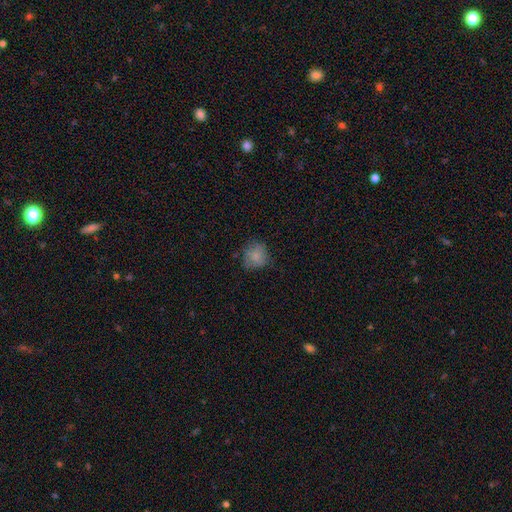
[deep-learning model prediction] This appears to be a smooth galaxy with no disk features (78%) that is round (80%). Merging: none (67%).